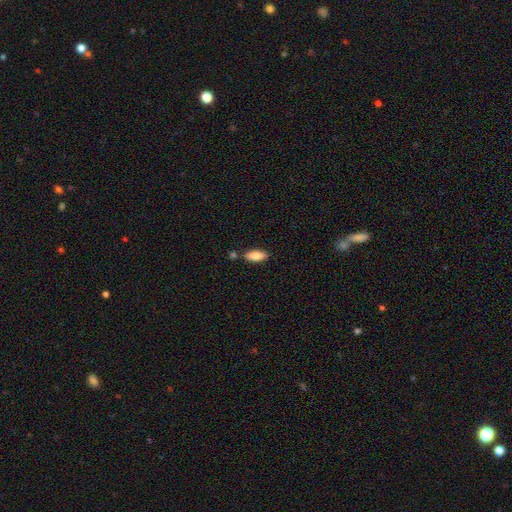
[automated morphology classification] Smooth or featured? smooth (85%)
How rounded? in between (74%)
Merging? none (77%)